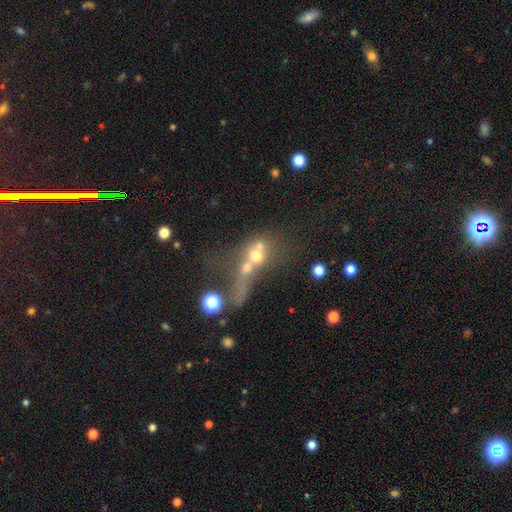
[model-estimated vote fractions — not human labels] Overall: smooth (47%; featured or disk 33%). Merging: merger (67%).